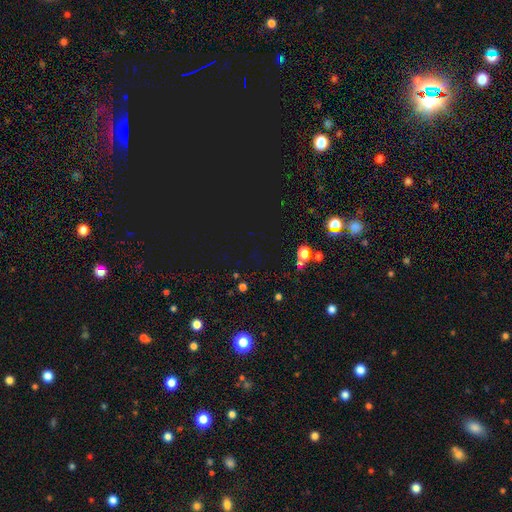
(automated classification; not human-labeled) Smooth or featured? Predicted: star or artifact (p=0.66).